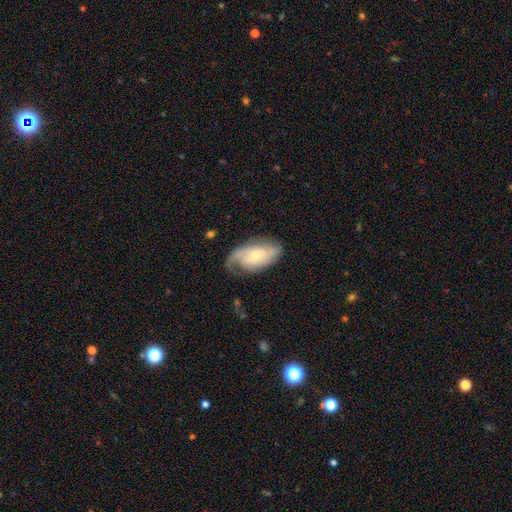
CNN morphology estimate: type=featured or disk (71%); edge-on=no (94%); bar=no (67%); spiral arms=yes (91%); winding=medium (39%); arm count=2 (47%); bulge=small (58%); merging=none (64%).